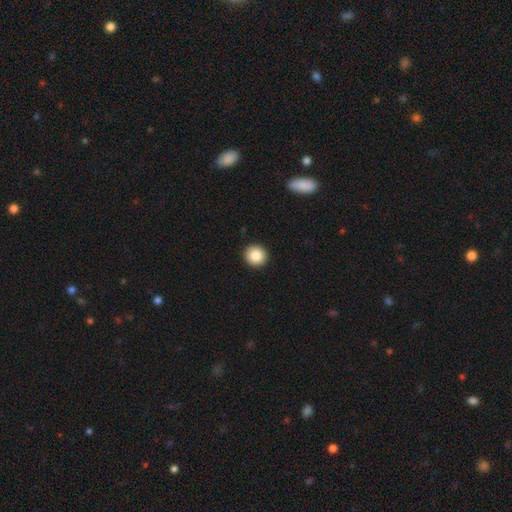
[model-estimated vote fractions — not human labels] smooth-or-featured: smooth: 86% | star or artifact: 9% | featured or disk: 5%
  how-rounded: round: 92% | in between: 7% | cigar-shaped: 1%
  merging: none: 93% | minor disturbance: 4% | major disturbance: 1% | merger: 1%